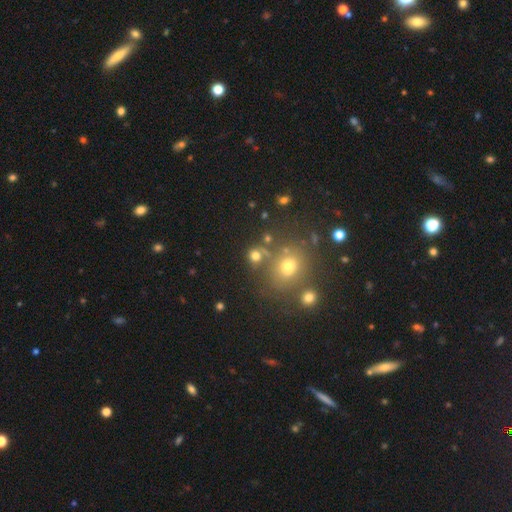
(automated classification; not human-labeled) Overall: smooth (71%). How rounded: round (82%). Merging: none (66%).